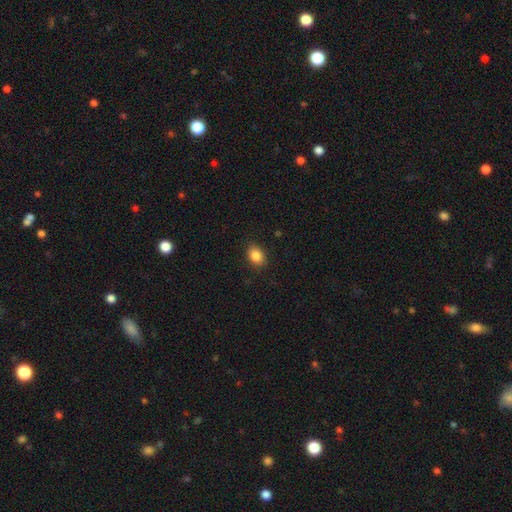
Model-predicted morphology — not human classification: smooth 87%, star or artifact 9%, featured or disk 4%. Down the decision tree: how rounded — in between (72%); merging — none (87%).